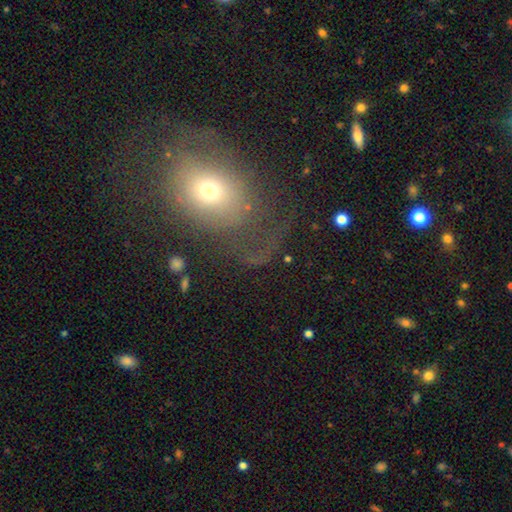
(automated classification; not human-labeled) smooth-or-featured: smooth: 46% | featured or disk: 33% | star or artifact: 20%
  merging: none: 48% | major disturbance: 30% | minor disturbance: 18% | merger: 4%